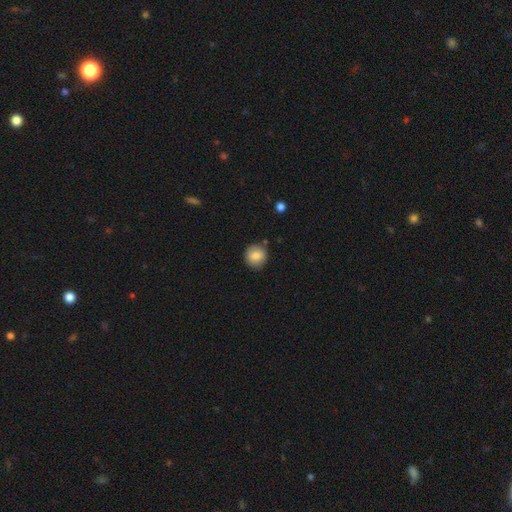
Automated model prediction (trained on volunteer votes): Smooth or featured? Predicted: smooth (p=0.83). How rounded? Predicted: round (p=0.91). Merging? Predicted: none (p=0.86).